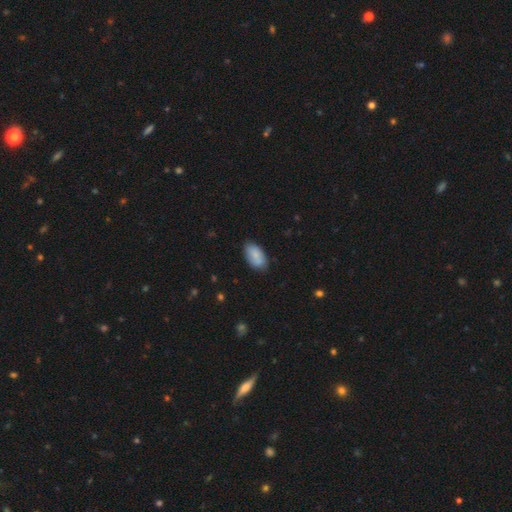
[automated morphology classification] type=smooth (83%); roundness=in between (94%); merging=none (76%).